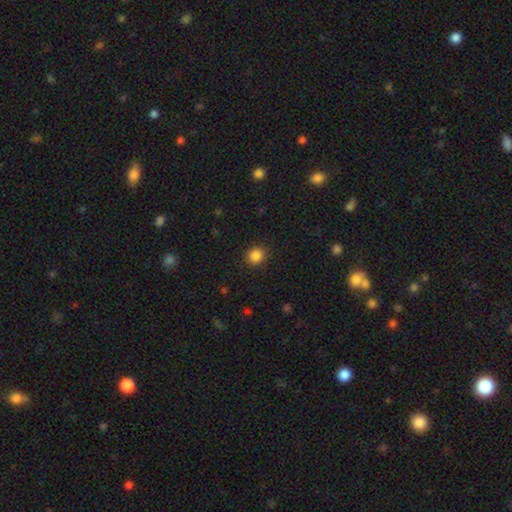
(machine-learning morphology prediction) Smooth or featured? smooth (86%)
How rounded? round (84%)
Merging? none (90%)